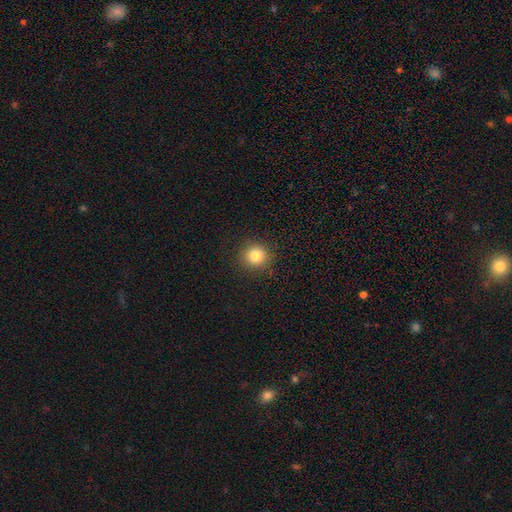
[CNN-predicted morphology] smooth-or-featured: smooth: 84% | star or artifact: 11% | featured or disk: 5%
  how-rounded: round: 92% | in between: 7% | cigar-shaped: 1%
  merging: none: 89% | minor disturbance: 7% | major disturbance: 2% | merger: 1%